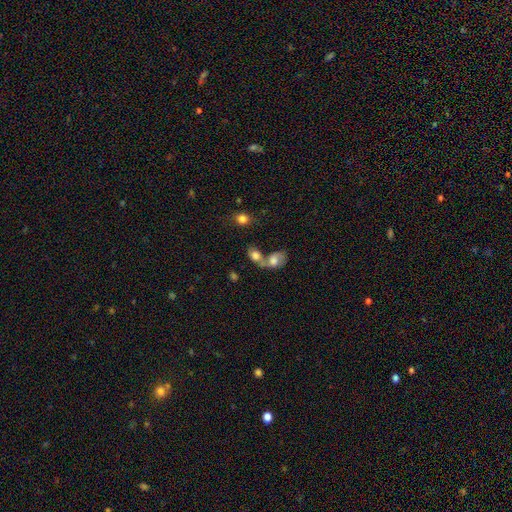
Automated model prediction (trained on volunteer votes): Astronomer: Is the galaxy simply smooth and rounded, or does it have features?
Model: smooth — 70%.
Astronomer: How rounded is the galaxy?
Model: in between — 60% (runner-up: round, 37%).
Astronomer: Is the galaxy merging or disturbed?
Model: merger — 65%.